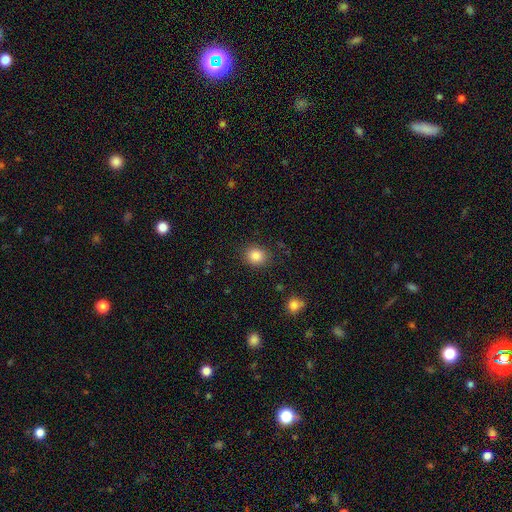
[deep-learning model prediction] Q: Smooth or featured?
A: smooth (85%); runner-up: star or artifact (10%)
Q: How rounded?
A: round (75%); runner-up: in between (24%)
Q: Merging?
A: none (87%); runner-up: minor disturbance (9%)